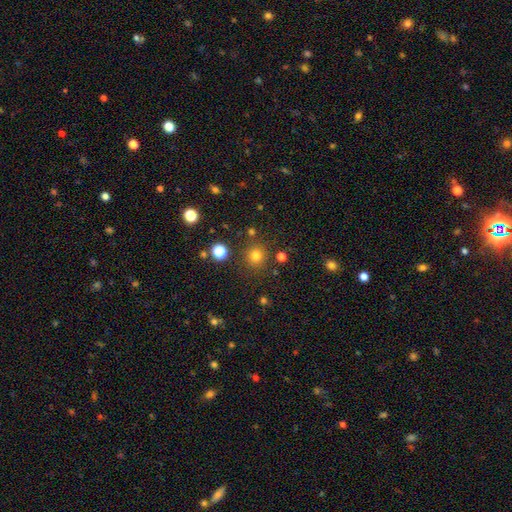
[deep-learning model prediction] Morphology: type=smooth (79%); roundness=round (93%); merging=none (86%).